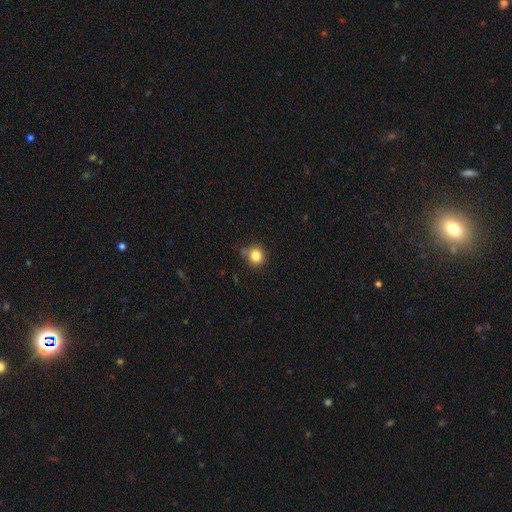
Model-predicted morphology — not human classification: This appears to be a smooth galaxy with no disk features (83%) that is round (89%). Merging: none (74%).